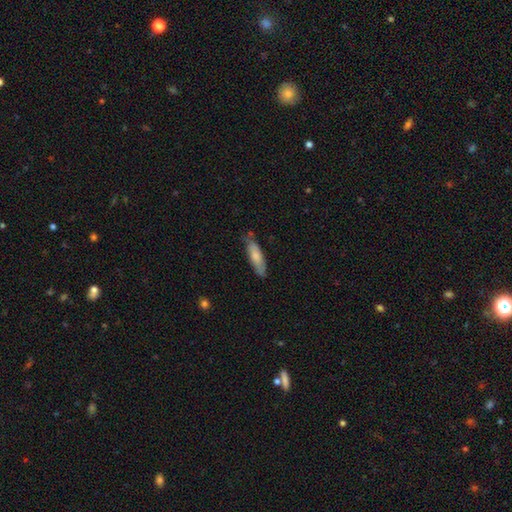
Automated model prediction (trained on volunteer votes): smooth_or_featured: smooth (p=0.74) [alt: featured or disk p=0.20]
how_rounded: cigar-shaped (p=0.60) [alt: in between p=0.38]
merging: none (p=0.73) [alt: minor disturbance p=0.21]